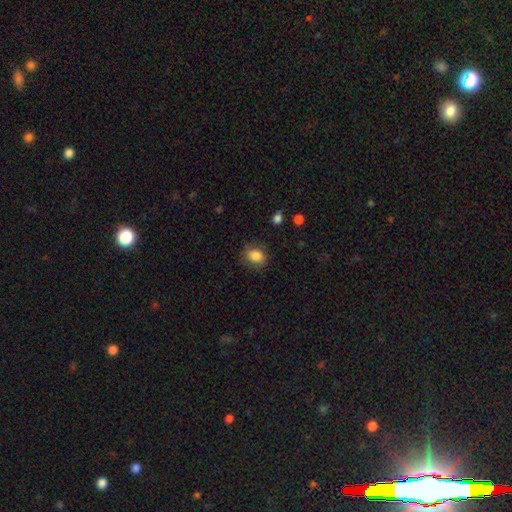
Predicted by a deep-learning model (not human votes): smooth 85%, star or artifact 9%, featured or disk 6%. Down the decision tree: how rounded — in between (56%); merging — none (76%).